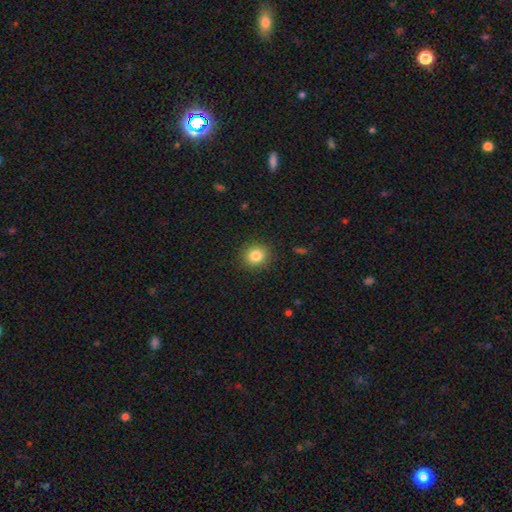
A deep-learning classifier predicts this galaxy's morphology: type=smooth (84%); roundness=round (81%); merging=none (89%).